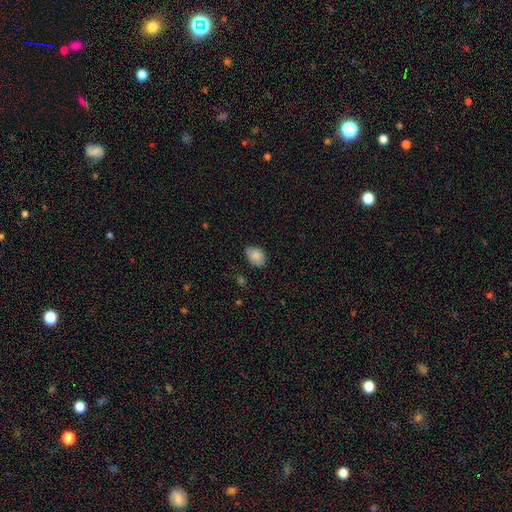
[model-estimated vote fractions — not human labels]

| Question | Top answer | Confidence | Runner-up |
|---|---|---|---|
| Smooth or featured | smooth | 84% | star or artifact (8%) |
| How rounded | in between | 77% | round (22%) |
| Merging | none | 66% | minor disturbance (27%) |